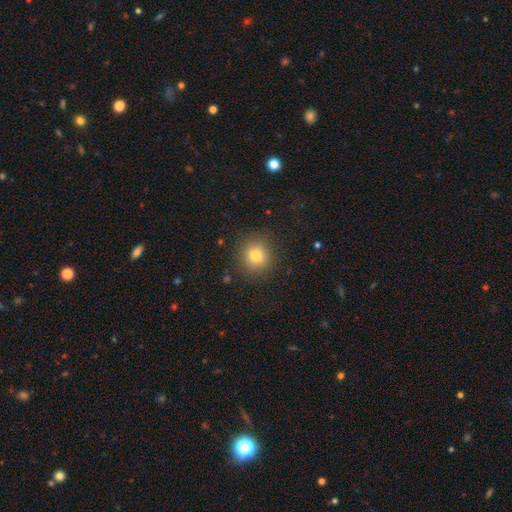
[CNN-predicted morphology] Overall: smooth (78%). How rounded: round (89%). Merging: none (88%).